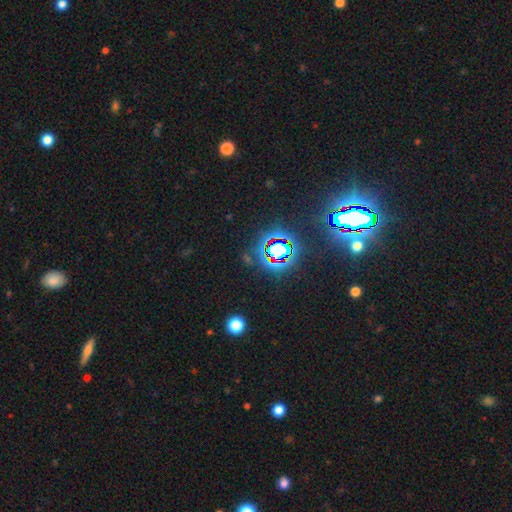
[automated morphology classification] type=star or artifact (83%).